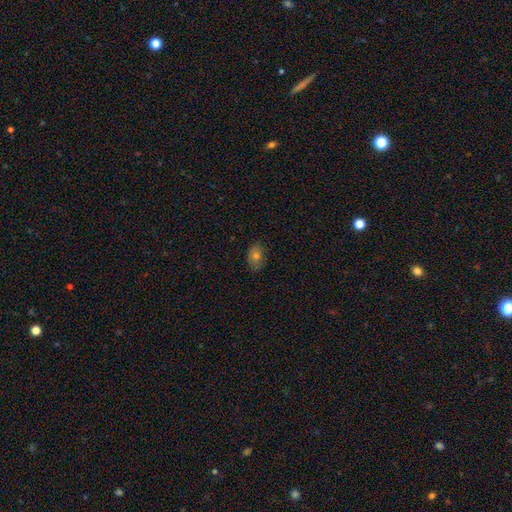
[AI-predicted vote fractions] smooth-or-featured: smooth: 64% | featured or disk: 21% | star or artifact: 15%
  how-rounded: in between: 74% | round: 25% | cigar-shaped: 1%
  merging: none: 79% | minor disturbance: 17% | major disturbance: 3% | merger: 1%